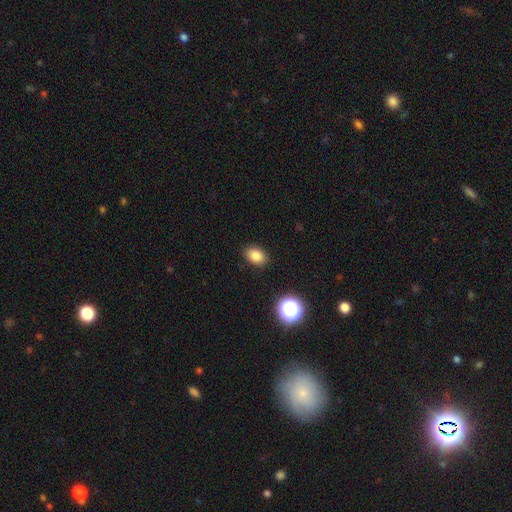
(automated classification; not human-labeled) Q: Smooth or featured?
A: smooth (84%); runner-up: star or artifact (11%)
Q: How rounded?
A: in between (76%); runner-up: round (22%)
Q: Merging?
A: none (89%); runner-up: minor disturbance (8%)